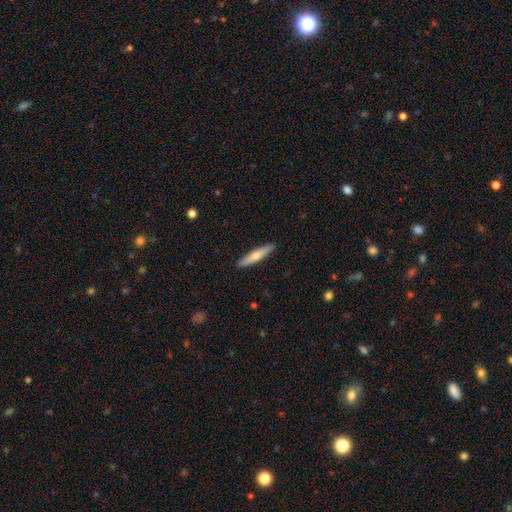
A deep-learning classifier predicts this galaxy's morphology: Smooth or featured? smooth (63%)
How rounded? cigar-shaped (90%)
Merging? none (91%)